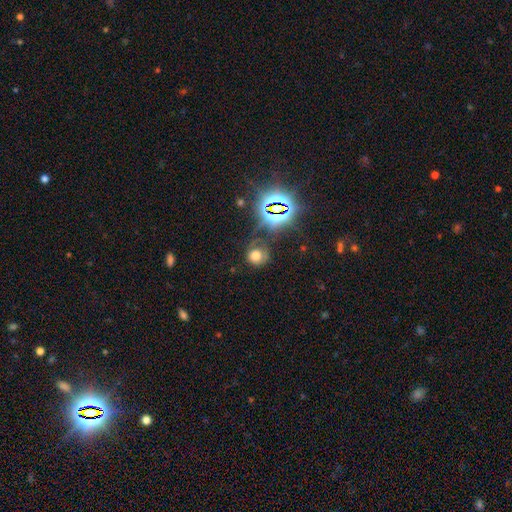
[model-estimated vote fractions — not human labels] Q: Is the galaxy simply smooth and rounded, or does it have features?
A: smooth — 61%.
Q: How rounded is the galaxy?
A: round — 83%.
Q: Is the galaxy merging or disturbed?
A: none — 61%.